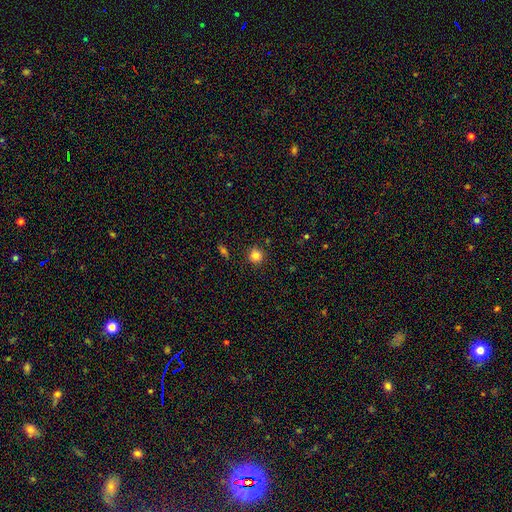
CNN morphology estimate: Overall: smooth (82%). How rounded: round (94%). Merging: none (90%).